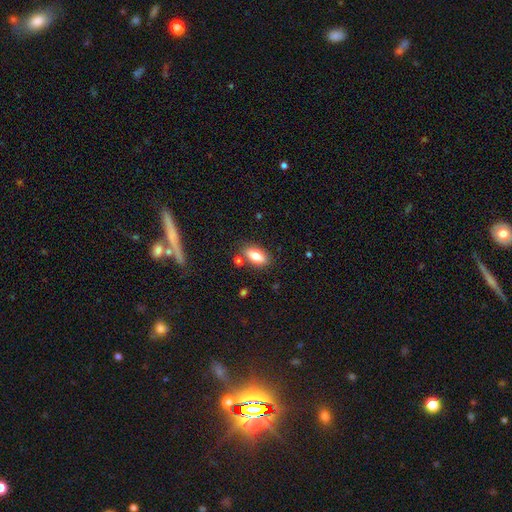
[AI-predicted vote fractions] A smooth galaxy with no disk features (77%) that is in between round and cigar-shaped (85%).

Vote fractions:
- Smooth or featured? smooth: 77% / featured or disk: 15% / star or artifact: 8%
- How rounded? in between: 85% / cigar-shaped: 11% / round: 4%
- Merging? none: 80% / minor disturbance: 11% / merger: 7% / major disturbance: 3%